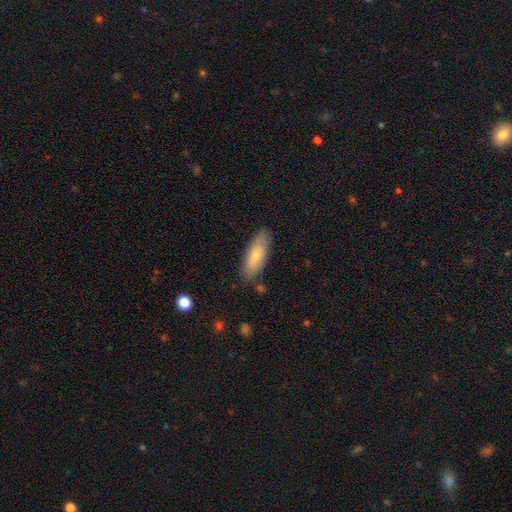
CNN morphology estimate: A smooth galaxy with no disk features (77%) that is in between round and cigar-shaped (65%).

Vote fractions:
- Smooth or featured? smooth: 77% / featured or disk: 18% / star or artifact: 6%
- How rounded? in between: 65% / cigar-shaped: 33% / round: 2%
- Merging? none: 81% / minor disturbance: 14% / major disturbance: 3% / merger: 2%